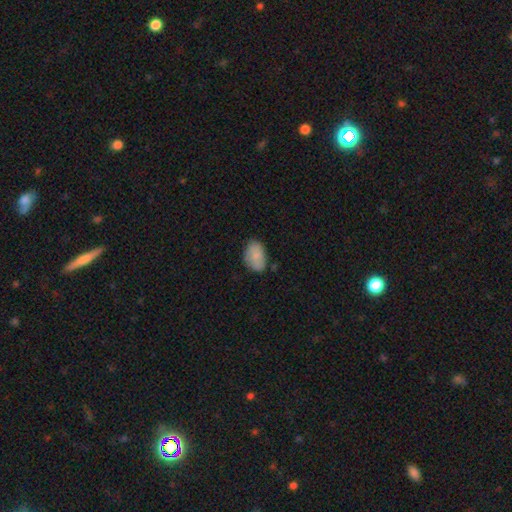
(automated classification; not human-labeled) Smooth or featured?
  - smooth: 83% *
  - featured or disk: 10%
  - star or artifact: 7%
How rounded?
  - in between: 87% *
  - round: 11%
  - cigar-shaped: 1%
Merging?
  - none: 72% *
  - minor disturbance: 21%
  - major disturbance: 4%
  - merger: 2%